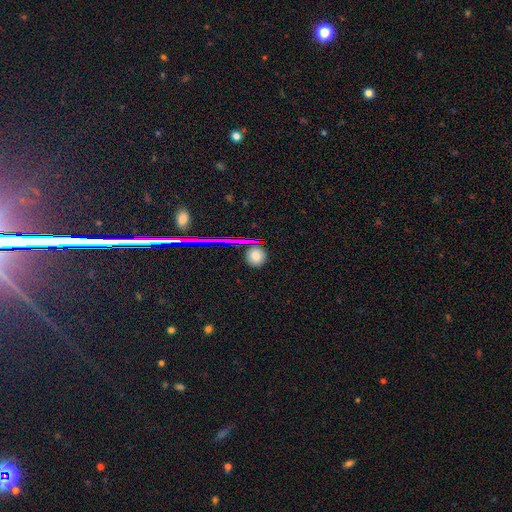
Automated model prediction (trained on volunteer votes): smooth_or_featured: smooth (p=0.75) [alt: star or artifact p=0.16]
how_rounded: round (p=0.89) [alt: in between p=0.09]
merging: none (p=0.86) [alt: minor disturbance p=0.09]